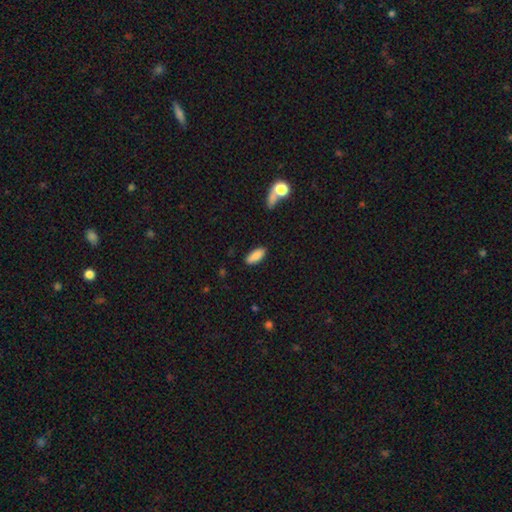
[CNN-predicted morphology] A smooth galaxy with no disk features (87%) that is in between round and cigar-shaped (78%). Merging: none (85%).